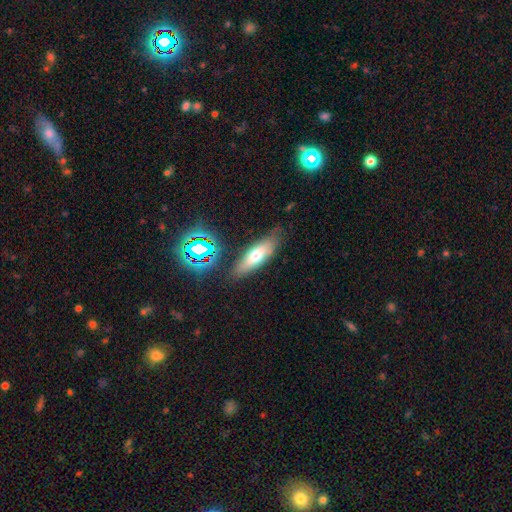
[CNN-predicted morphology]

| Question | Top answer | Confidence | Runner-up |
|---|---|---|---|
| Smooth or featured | smooth | 60% | featured or disk (29%) |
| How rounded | in between | 49% | cigar-shaped (48%) |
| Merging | none | 79% | minor disturbance (14%) |